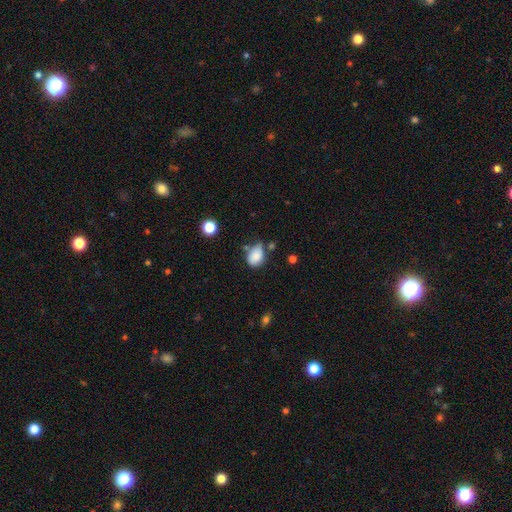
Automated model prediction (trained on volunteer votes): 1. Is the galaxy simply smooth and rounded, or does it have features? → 83% smooth, 9% star or artifact, 8% featured or disk.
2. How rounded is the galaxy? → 71% in between, 27% round, 1% cigar-shaped.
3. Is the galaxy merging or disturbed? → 49% none, 33% minor disturbance, 10% merger, 8% major disturbance.